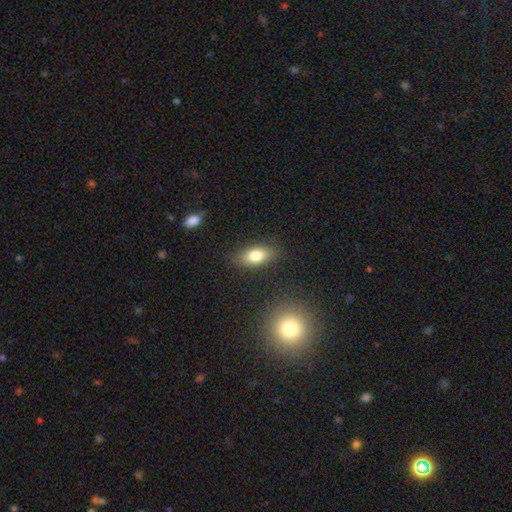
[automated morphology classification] Overall: smooth (78%). How rounded: in between (85%). Merging: none (84%).